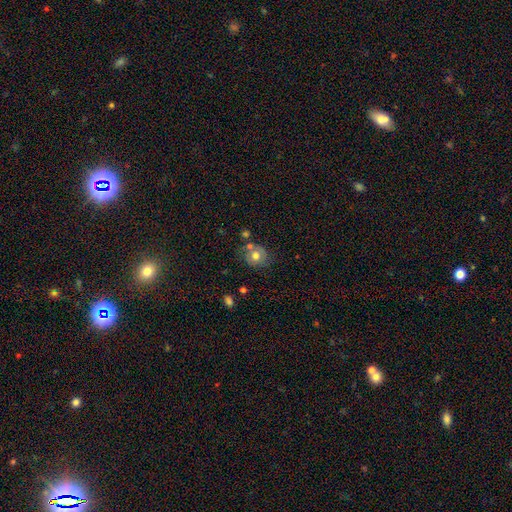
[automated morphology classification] A smooth galaxy with no disk features (67%) that is round (76%). Merging: none (64%).